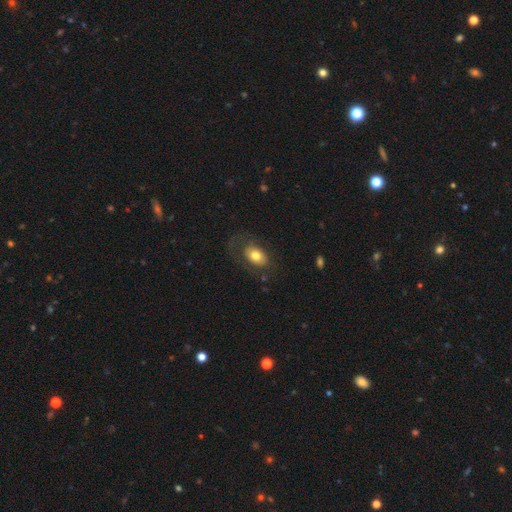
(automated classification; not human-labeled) Smooth or featured? Predicted: smooth (p=0.66). How rounded? Predicted: in between (p=0.82). Merging? Predicted: none (p=0.60).